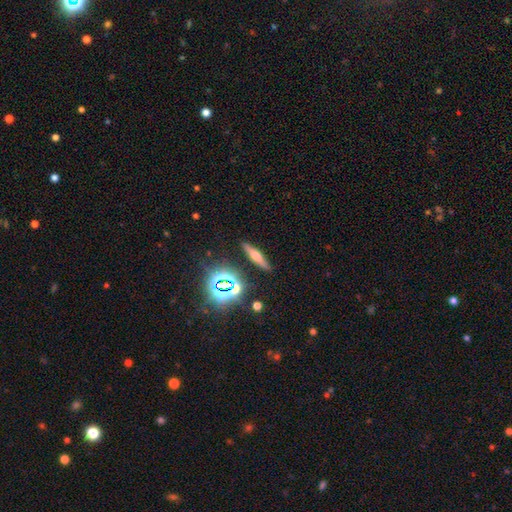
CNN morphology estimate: The model was most divided on "smooth or featured": featured or disk: 44%, smooth: 37%, star or artifact: 19%. More confident: merging — none (88%).